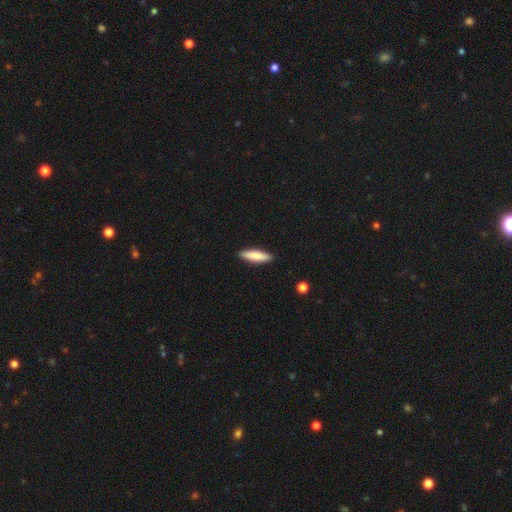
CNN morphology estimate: Smooth or featured: smooth — 82% (featured or disk — 12%)
How rounded: cigar-shaped — 71% (in between — 28%)
Merging: none — 90% (minor disturbance — 7%)